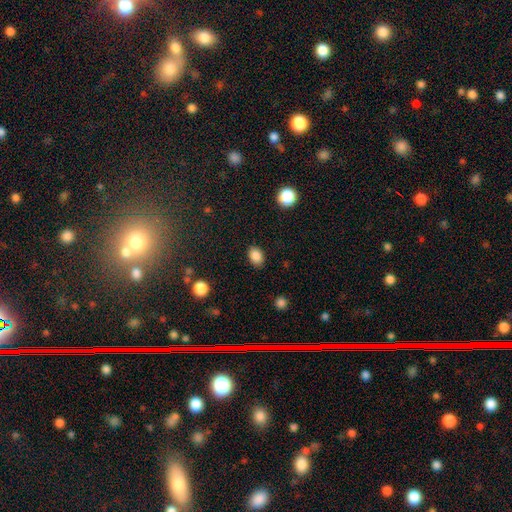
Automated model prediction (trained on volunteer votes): Smooth or featured? smooth (87%)
How rounded? in between (74%)
Merging? none (86%)